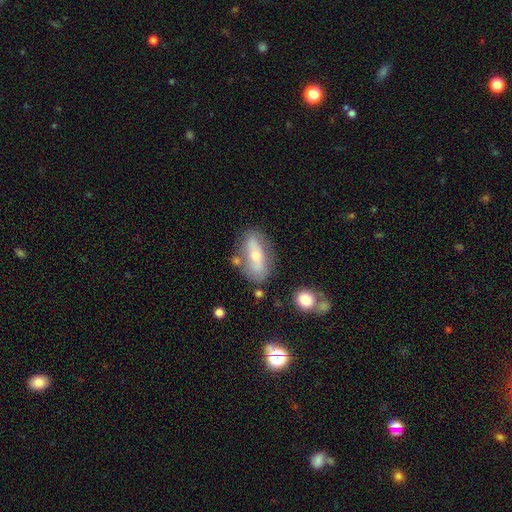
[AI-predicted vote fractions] Smooth or featured? featured or disk (48%)
Merging? none (69%)